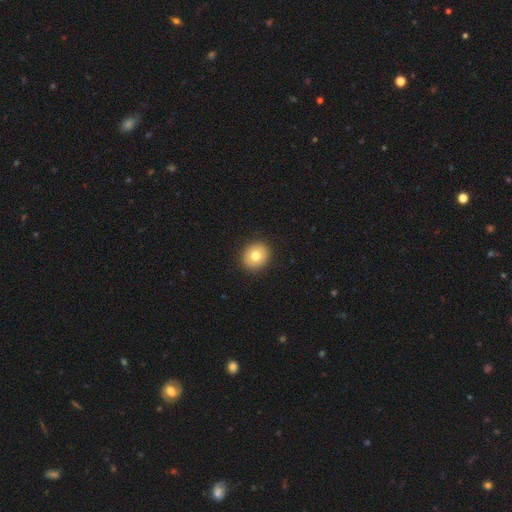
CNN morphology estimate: Smooth or featured? smooth (79%)
How rounded? round (78%)
Merging? none (92%)